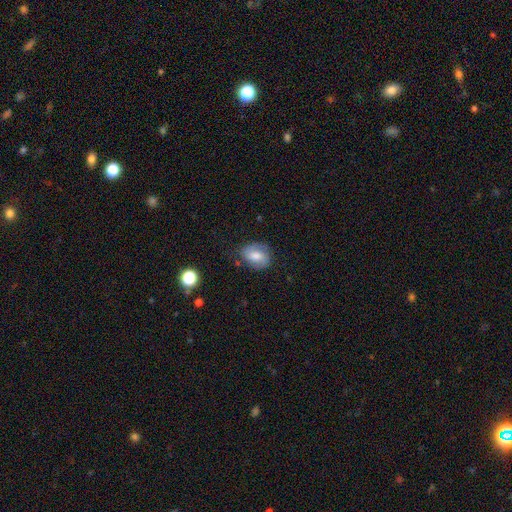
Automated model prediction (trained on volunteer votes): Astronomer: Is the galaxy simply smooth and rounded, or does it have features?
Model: smooth — 53% (runner-up: featured or disk, 38%).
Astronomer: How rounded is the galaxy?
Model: in between — 67%.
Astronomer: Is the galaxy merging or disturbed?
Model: none — 67%.